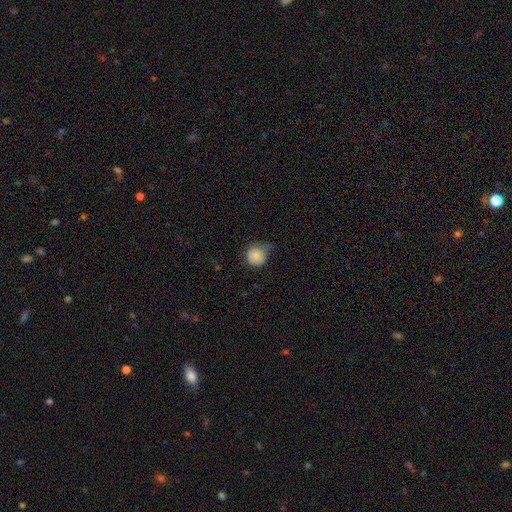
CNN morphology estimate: The model was most divided on "merging": none: 47%, minor disturbance: 40%, major disturbance: 11%, merger: 2%. More confident: how rounded — round (88%); smooth or featured — smooth (82%).